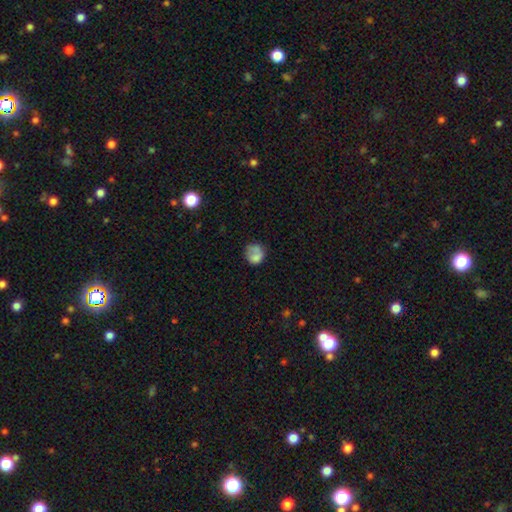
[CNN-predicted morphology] This appears to be a smooth galaxy with no disk features (69%) that is round (74%). Merging: none (45%).